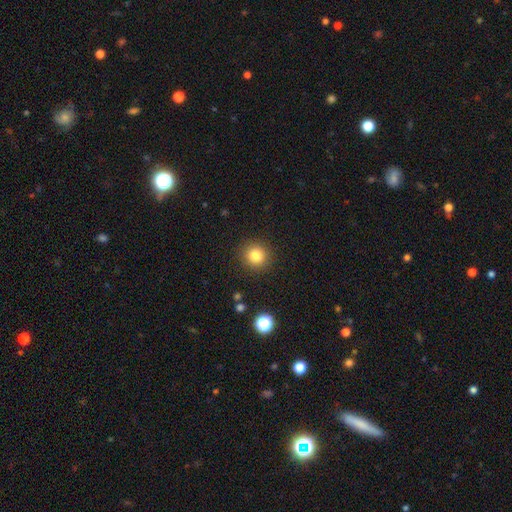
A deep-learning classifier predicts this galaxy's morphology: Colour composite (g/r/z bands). It shows a smooth galaxy with no disk features (82%) that is round (92%). Merging: none (90%).